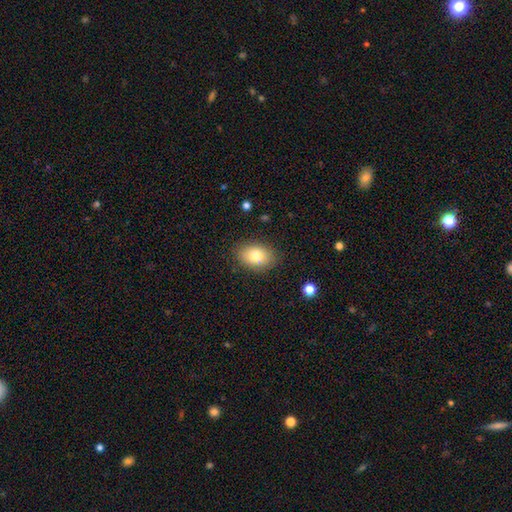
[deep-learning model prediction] Q: Smooth or featured?
A: smooth (81%); runner-up: featured or disk (11%)
Q: How rounded?
A: in between (83%); runner-up: round (16%)
Q: Merging?
A: none (84%); runner-up: minor disturbance (11%)